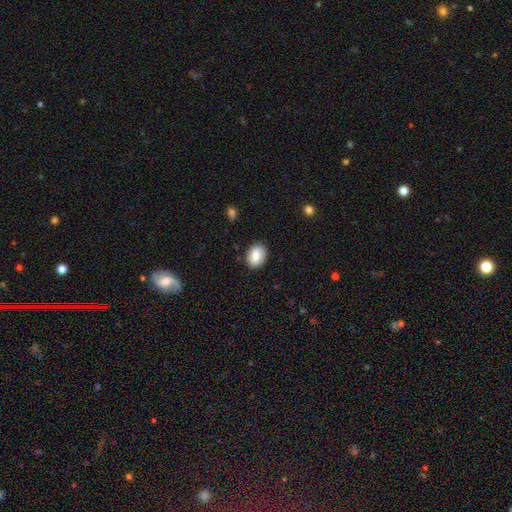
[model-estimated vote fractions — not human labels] This appears to be a smooth galaxy with no disk features (83%) that is in between round and cigar-shaped (68%). Merging: none (86%).